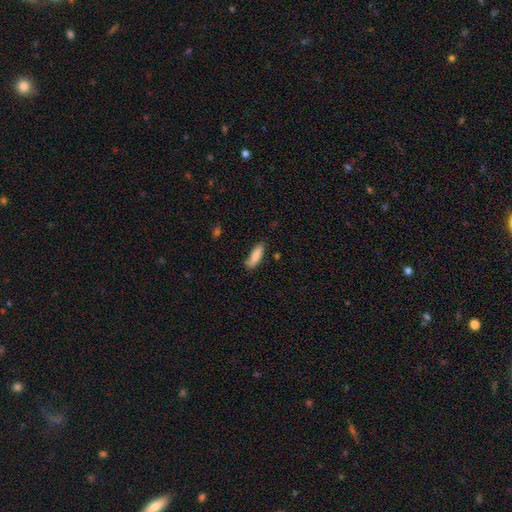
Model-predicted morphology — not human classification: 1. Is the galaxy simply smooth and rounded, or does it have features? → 84% smooth, 9% featured or disk, 7% star or artifact.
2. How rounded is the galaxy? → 50% cigar-shaped, 49% in between, 2% round.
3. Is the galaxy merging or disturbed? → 68% none, 24% minor disturbance, 5% major disturbance, 3% merger.